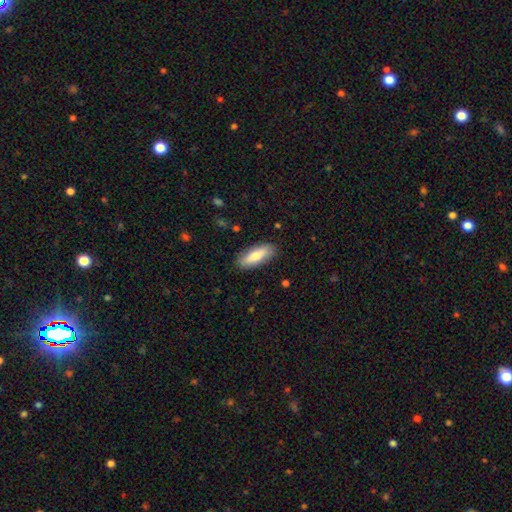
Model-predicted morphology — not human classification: smooth-or-featured: smooth: 74% | featured or disk: 20% | star or artifact: 6%
  how-rounded: in between: 66% | cigar-shaped: 32% | round: 2%
  merging: none: 87% | minor disturbance: 10% | major disturbance: 2% | merger: 1%